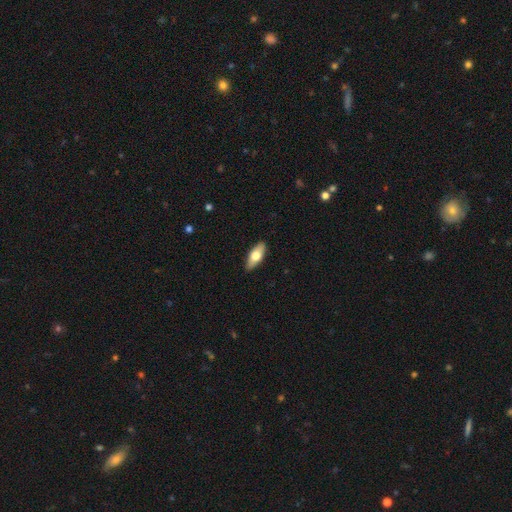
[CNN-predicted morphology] Smooth or featured? Predicted: smooth (p=0.66). How rounded? Predicted: in between (p=0.76). Merging? Predicted: none (p=0.88).